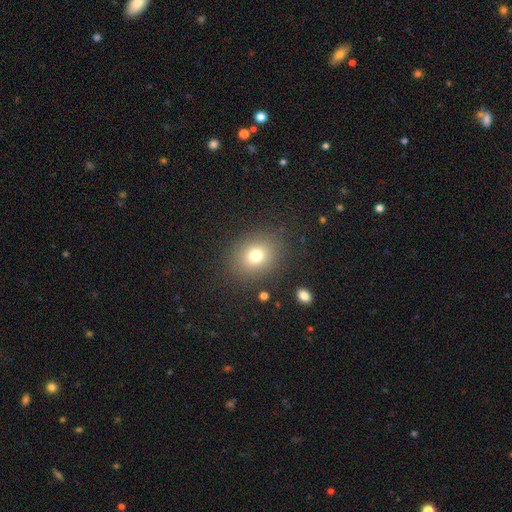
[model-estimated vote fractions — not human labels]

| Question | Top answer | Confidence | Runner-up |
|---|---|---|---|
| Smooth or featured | smooth | 75% | star or artifact (14%) |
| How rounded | round | 58% | in between (41%) |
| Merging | none | 85% | minor disturbance (9%) |